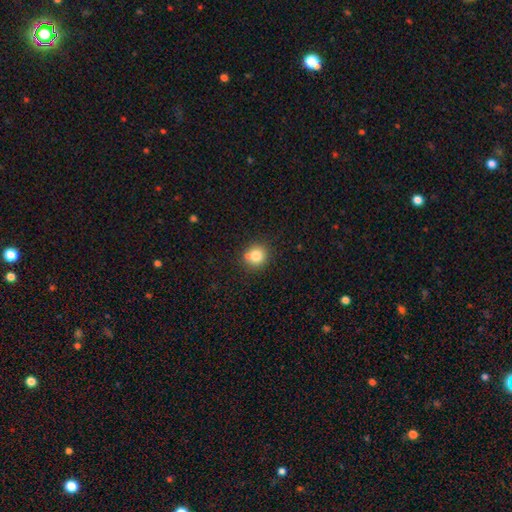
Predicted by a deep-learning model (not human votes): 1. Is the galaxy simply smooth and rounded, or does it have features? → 80% smooth, 11% star or artifact, 9% featured or disk.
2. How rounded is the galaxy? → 88% round, 11% in between, 1% cigar-shaped.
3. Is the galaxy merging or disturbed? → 72% none, 14% merger, 11% minor disturbance, 3% major disturbance.